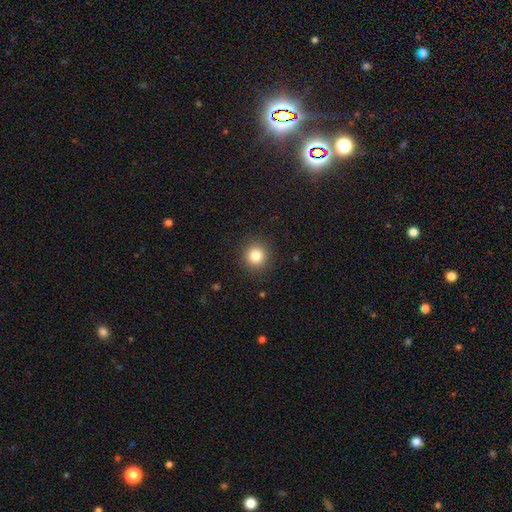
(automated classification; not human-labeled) The model was most divided on "smooth or featured": smooth: 83%, star or artifact: 11%, featured or disk: 6%. More confident: how rounded — round (93%); merging — none (91%).